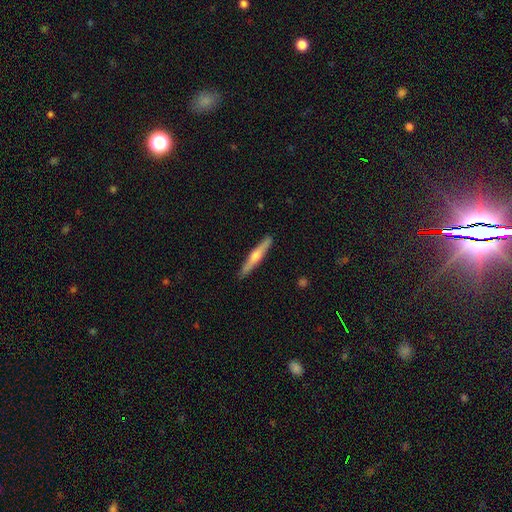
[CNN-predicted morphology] Smooth or featured? Predicted: featured or disk (p=0.57). Edge-on disk? Predicted: yes (p=0.96). Edge-on bulge? Predicted: rounded (p=0.83). Merging? Predicted: none (p=0.91).